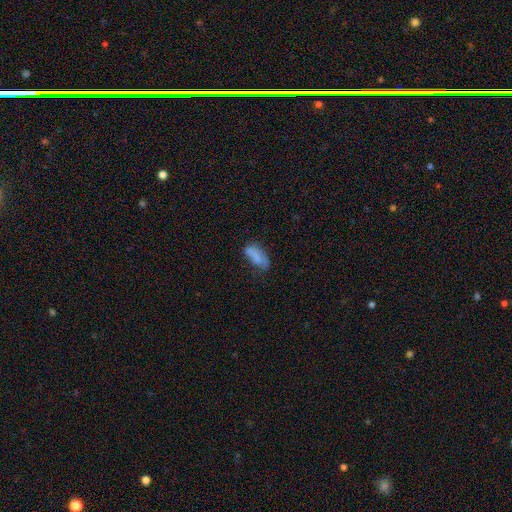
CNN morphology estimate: This is likely a smooth galaxy (73%). How rounded: clearly in between (82%). Merging: possibly none (51%).